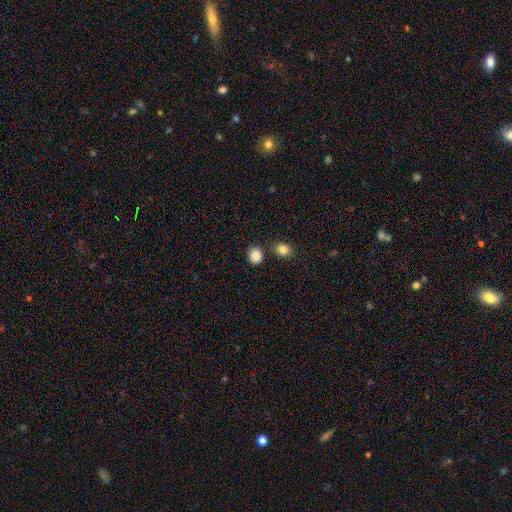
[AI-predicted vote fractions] A smooth galaxy with no disk features (87%) that is round (70%). Merging: none (78%).